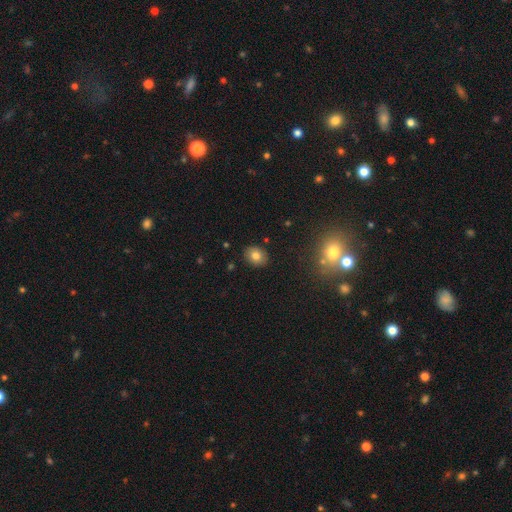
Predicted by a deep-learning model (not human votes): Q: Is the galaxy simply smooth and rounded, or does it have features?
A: smooth — 78%.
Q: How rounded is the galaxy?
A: round — 52%.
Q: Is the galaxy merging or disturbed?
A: none — 88%.